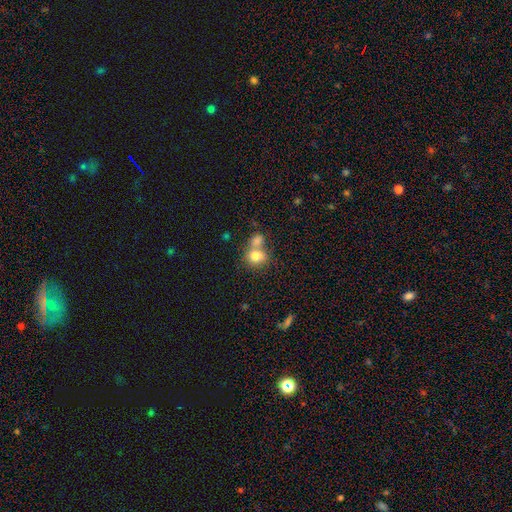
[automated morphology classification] smooth-or-featured: smooth: 78% | featured or disk: 12% | star or artifact: 10%
  how-rounded: round: 63% | in between: 36% | cigar-shaped: 1%
  merging: merger: 52% | none: 35% | minor disturbance: 9% | major disturbance: 4%